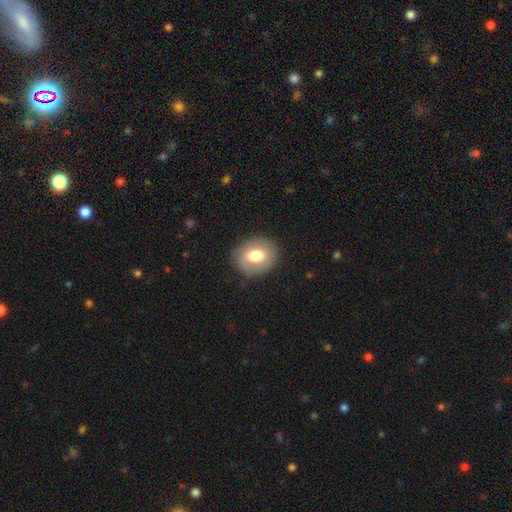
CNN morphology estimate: Smooth or featured: smooth — 67% (featured or disk — 26%)
How rounded: in between — 53% (round — 46%)
Merging: none — 83% (minor disturbance — 12%)